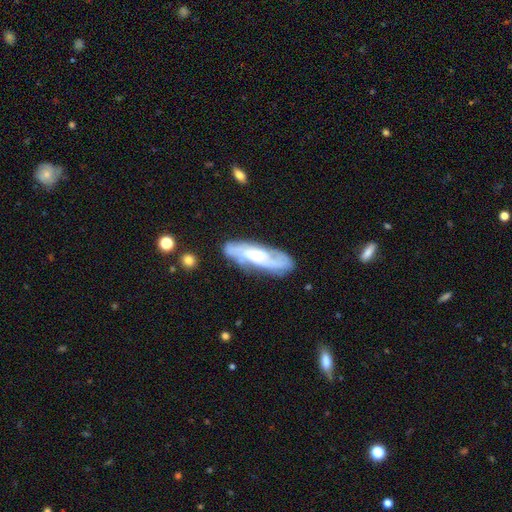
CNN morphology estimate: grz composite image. It shows a featured or disk galaxy (73%) with no bar (55%), 2 (58%) tight (44%) spiral arms (91%) and a small central bulge (49%). Merging: none (73%).